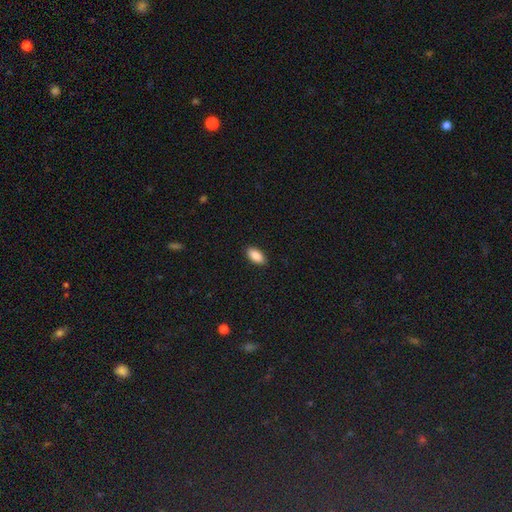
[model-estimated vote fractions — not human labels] This appears to be a smooth galaxy with no disk features (89%) that is in between round and cigar-shaped (91%). Merging: none (89%).